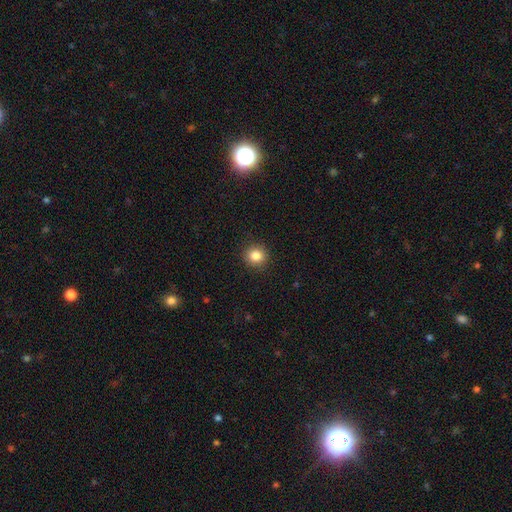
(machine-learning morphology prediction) smooth_or_featured: smooth (p=0.85) [alt: star or artifact p=0.10]
how_rounded: round (p=0.89) [alt: in between p=0.10]
merging: none (p=0.91) [alt: minor disturbance p=0.06]